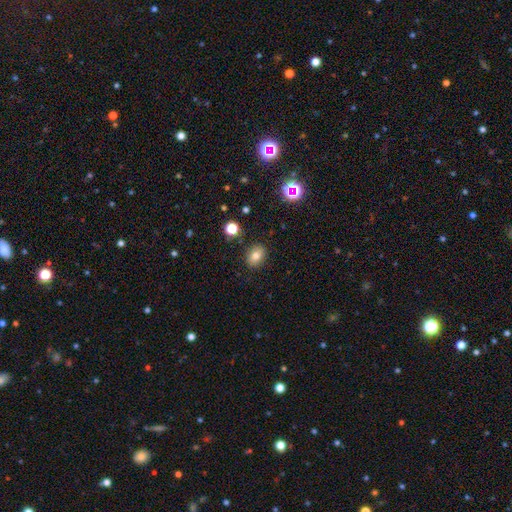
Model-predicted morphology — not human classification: smooth 78%, star or artifact 13%, featured or disk 10%. Down the decision tree: how rounded — in between (57%); merging — none (87%).